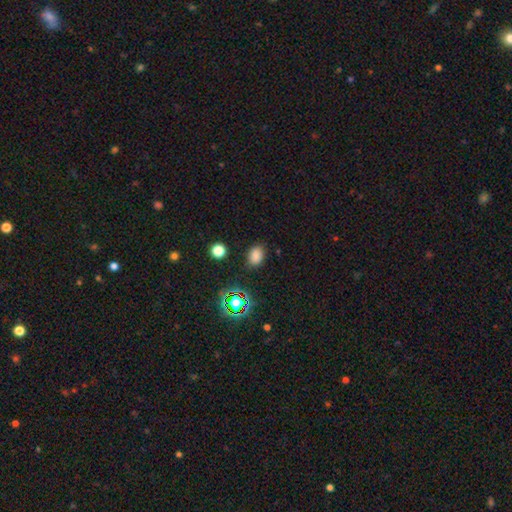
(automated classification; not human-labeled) Smooth or featured? smooth (77%)
How rounded? in between (75%)
Merging? none (83%)